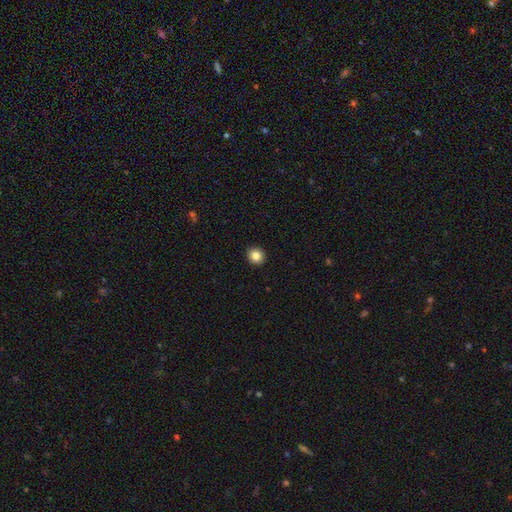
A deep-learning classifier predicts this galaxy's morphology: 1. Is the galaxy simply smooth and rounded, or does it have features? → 84% smooth, 10% star or artifact, 6% featured or disk.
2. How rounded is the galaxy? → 89% round, 10% in between, 1% cigar-shaped.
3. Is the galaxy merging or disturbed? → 93% none, 4% minor disturbance, 1% major disturbance, 1% merger.